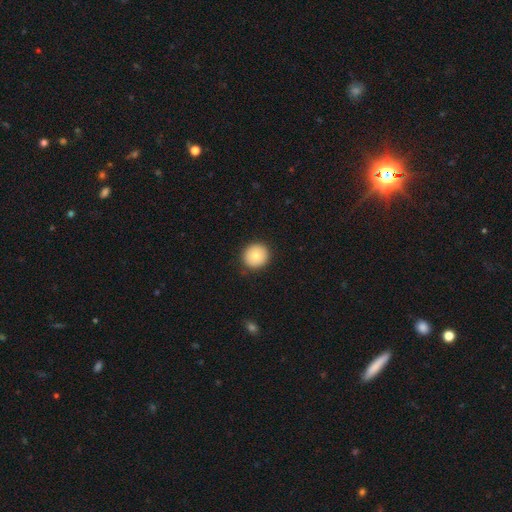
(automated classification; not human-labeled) The model was most divided on "smooth or featured": smooth: 78%, featured or disk: 14%, star or artifact: 8%. More confident: how rounded — round (93%); merging — none (90%).